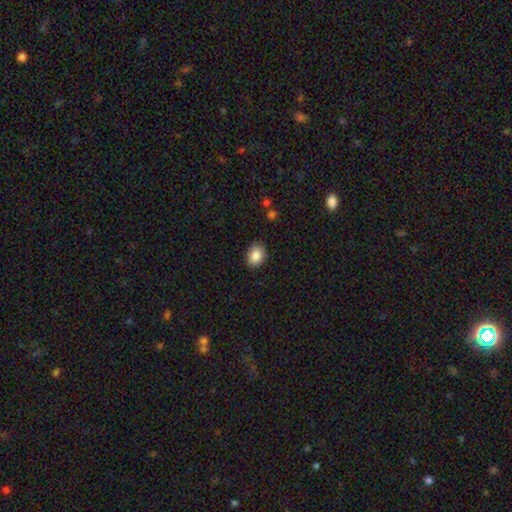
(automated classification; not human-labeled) Smooth or featured? Predicted: smooth (p=0.86). How rounded? Predicted: in between (p=0.65). Merging? Predicted: none (p=0.86).